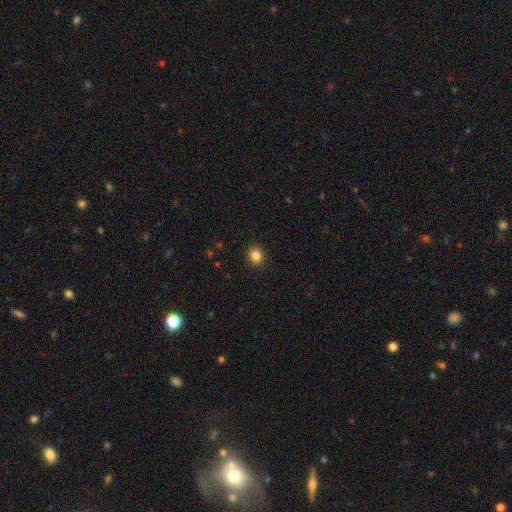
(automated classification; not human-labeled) smooth-or-featured: smooth: 84% | star or artifact: 11% | featured or disk: 5%
  how-rounded: round: 78% | in between: 21% | cigar-shaped: 1%
  merging: none: 91% | minor disturbance: 6% | major disturbance: 2% | merger: 1%